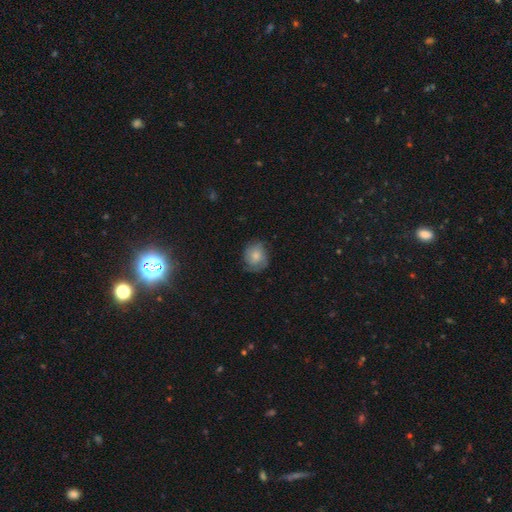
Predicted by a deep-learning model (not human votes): A smooth galaxy with no disk features (62%) that is round (66%).

Vote fractions:
- Smooth or featured? smooth: 62% / featured or disk: 30% / star or artifact: 8%
- How rounded? round: 66% / in between: 33% / cigar-shaped: 1%
- Merging? none: 70% / minor disturbance: 22% / major disturbance: 7% / merger: 1%